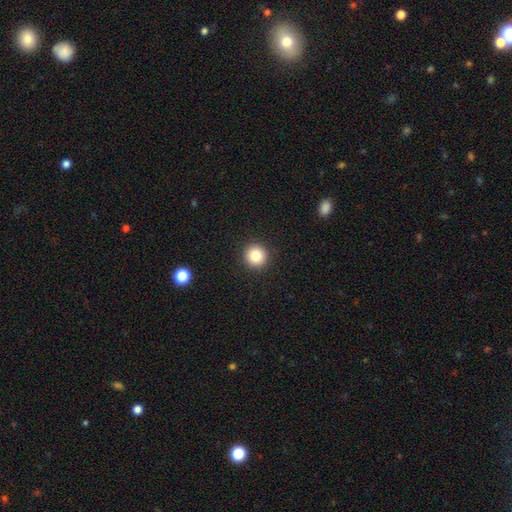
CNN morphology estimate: Smooth or featured? Predicted: smooth (p=0.83). How rounded? Predicted: round (p=0.96). Merging? Predicted: none (p=0.93).